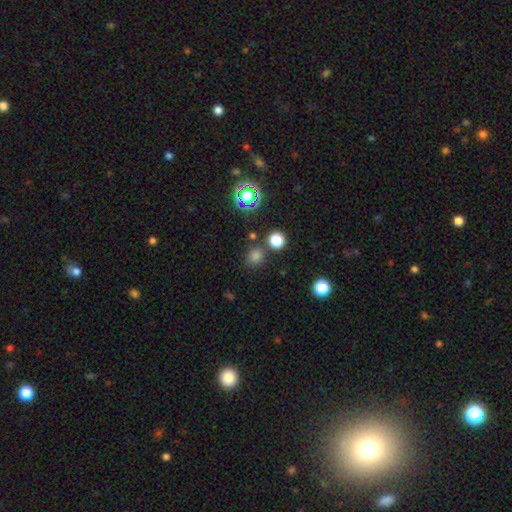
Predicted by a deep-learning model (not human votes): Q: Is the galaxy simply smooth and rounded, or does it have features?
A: smooth — 72%.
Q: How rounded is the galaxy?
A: round — 83%.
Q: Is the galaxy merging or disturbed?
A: none — 79%.